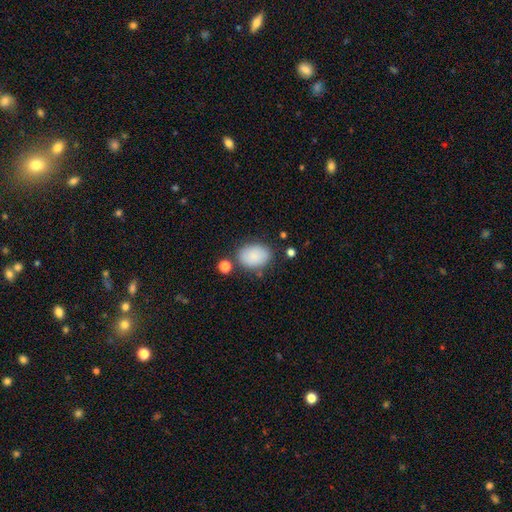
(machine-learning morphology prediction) A smooth galaxy with no disk features (86%) that is in between round and cigar-shaped (79%).

Vote fractions:
- Smooth or featured? smooth: 86% / star or artifact: 7% / featured or disk: 7%
- How rounded? in between: 79% / round: 20% / cigar-shaped: 1%
- Merging? none: 76% / minor disturbance: 15% / merger: 5% / major disturbance: 4%